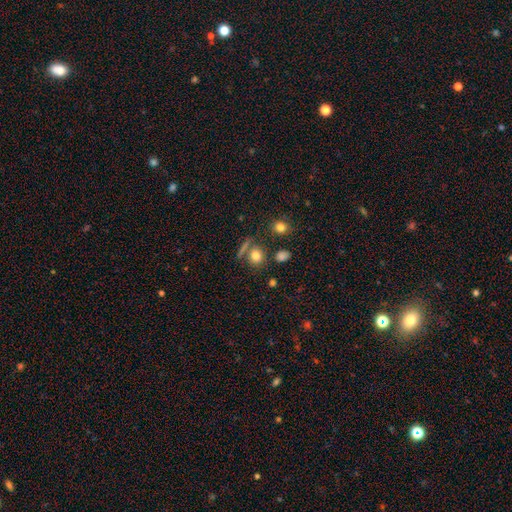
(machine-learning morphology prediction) smooth_or_featured: smooth (p=0.79) [alt: star or artifact p=0.12]
how_rounded: round (p=0.78) [alt: in between p=0.20]
merging: none (p=0.71) [alt: merger p=0.14]